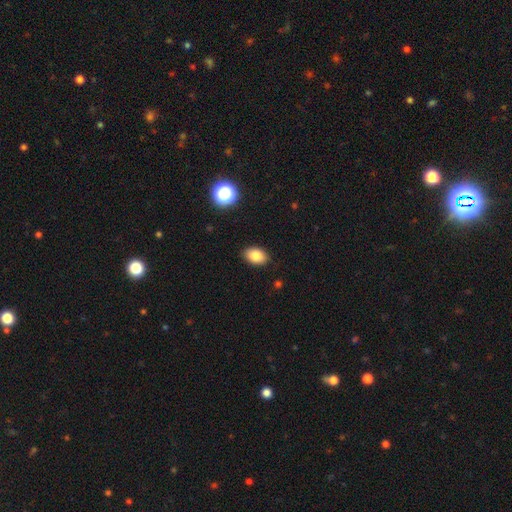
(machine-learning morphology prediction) Q: Smooth or featured?
A: smooth (84%); runner-up: star or artifact (9%)
Q: How rounded?
A: in between (85%); runner-up: round (14%)
Q: Merging?
A: none (88%); runner-up: minor disturbance (9%)